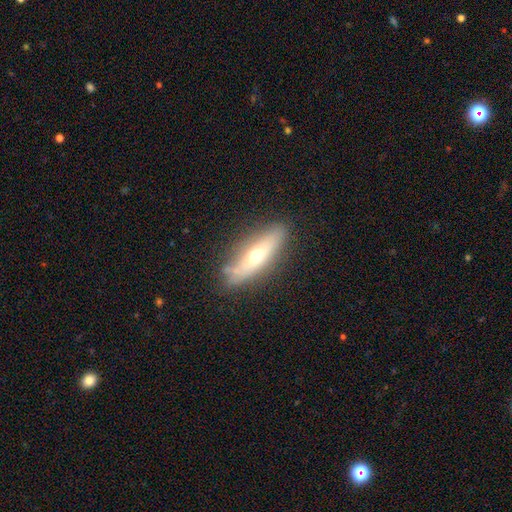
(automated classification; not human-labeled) Smooth or featured? Predicted: featured or disk (p=0.51). Edge-on disk? Predicted: yes (p=0.70). Merging? Predicted: none (p=0.77).